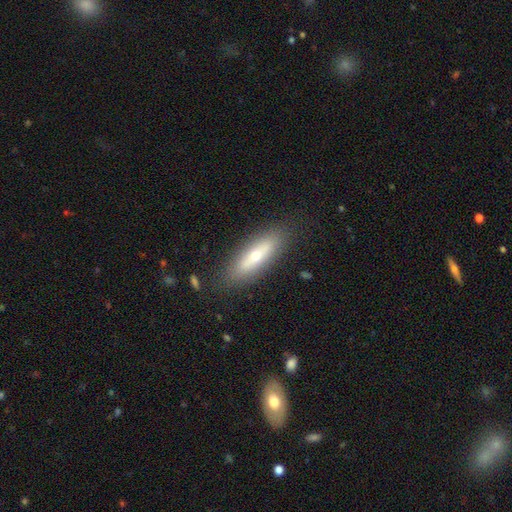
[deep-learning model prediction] Morphology: type=smooth (55%); roundness=cigar-shaped (56%); merging=none (85%).